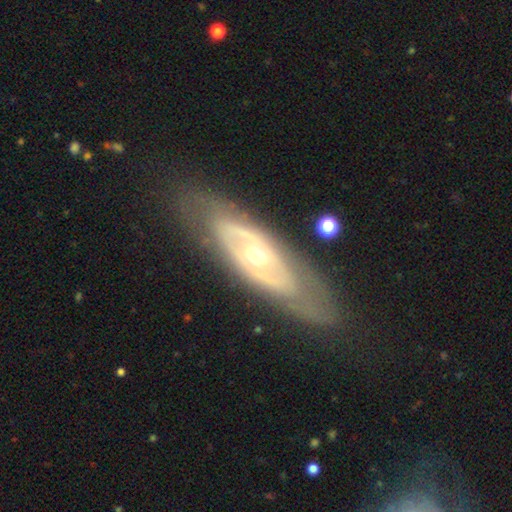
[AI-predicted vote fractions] Smooth or featured? Predicted: featured or disk (p=0.74). Edge-on disk? Predicted: no (p=0.80). Bar? Predicted: no (p=0.81). Spiral arms? Predicted: no (p=0.69). Bulge size? Predicted: moderate (p=0.54). Merging? Predicted: none (p=0.78).